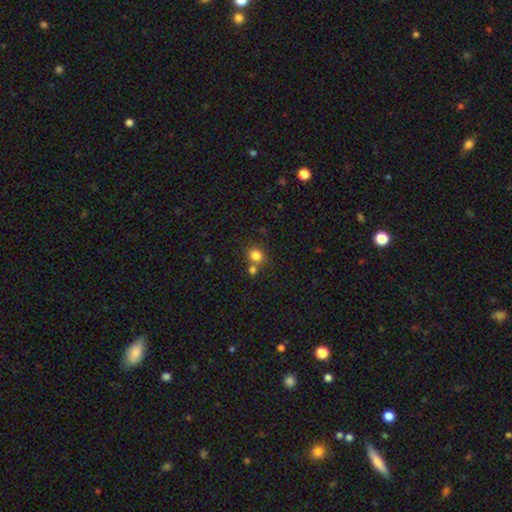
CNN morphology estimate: smooth 81%, star or artifact 12%, featured or disk 7%. Down the decision tree: how rounded — round (82%); merging — none (60%).